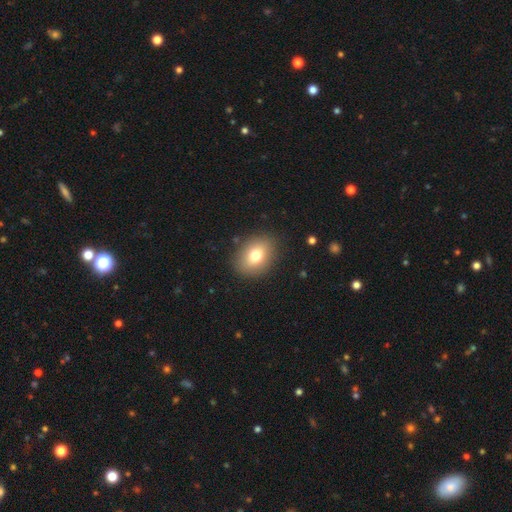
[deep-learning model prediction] Smooth or featured: smooth — 76% (featured or disk — 13%)
How rounded: in between — 65% (round — 34%)
Merging: none — 87% (minor disturbance — 9%)